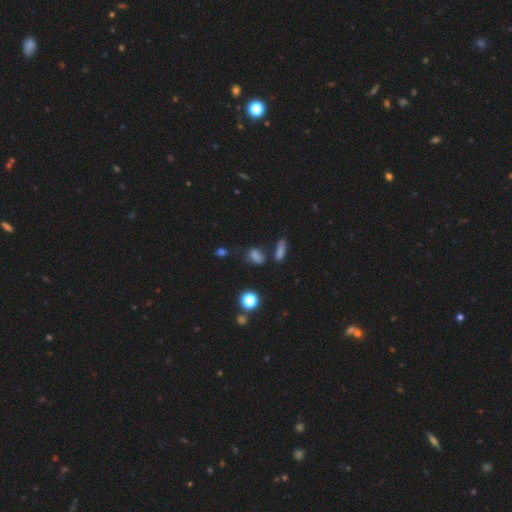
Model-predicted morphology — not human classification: Smooth or featured: smooth — 64% (star or artifact — 26%)
How rounded: in between — 66% (round — 24%)
Merging: none — 52% (minor disturbance — 19%)